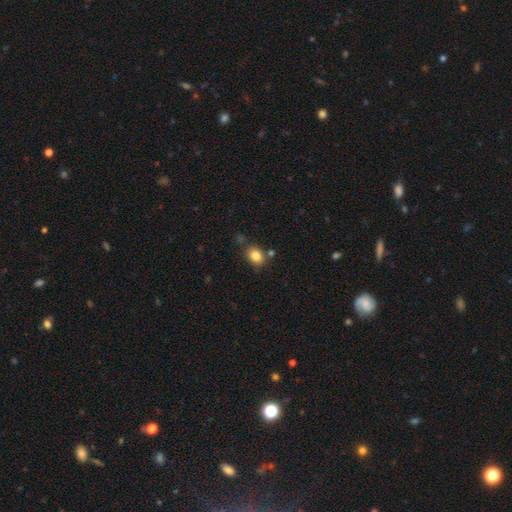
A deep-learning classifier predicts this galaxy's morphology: A smooth galaxy with no disk features (84%) that is in between round and cigar-shaped (61%).

Vote fractions:
- Smooth or featured? smooth: 84% / star or artifact: 10% / featured or disk: 7%
- How rounded? in between: 61% / round: 38% / cigar-shaped: 1%
- Merging? none: 74% / minor disturbance: 14% / merger: 8% / major disturbance: 4%